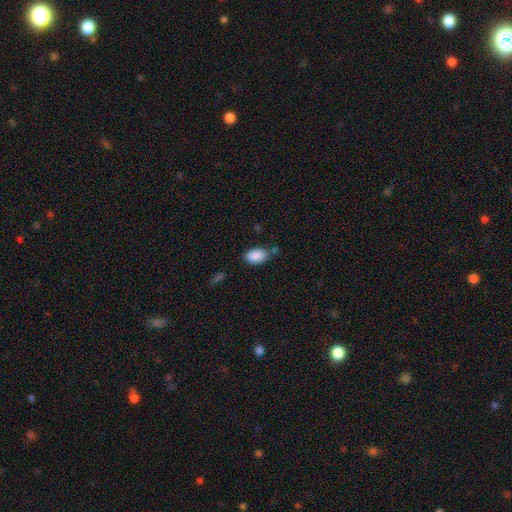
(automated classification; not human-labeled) Smooth or featured? smooth (89%)
How rounded? in between (92%)
Merging? none (68%)